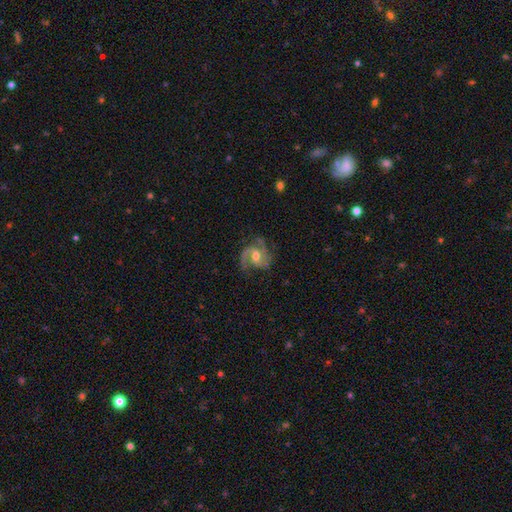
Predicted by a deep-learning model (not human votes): Smooth or featured?
  - featured or disk: 88% *
  - smooth: 7%
  - star or artifact: 5%
Edge-on disk?
  - no: 98% *
  - yes: 2%
Bar?
  - weak: 52% *
  - no: 32%
  - strong: 15%
Spiral arms?
  - yes: 97% *
  - no: 3%
Spiral winding?
  - medium: 56% *
  - tight: 23%
  - loose: 21%
Spiral arm count?
  - 2: 69% *
  - 3: 16%
  - can't tell: 6%
  - 1: 5%
  - 4: 2%
  - more than 4: 2%
Bulge size?
  - moderate: 67% *
  - small: 24%
  - large: 5%
  - none: 2%
  - dominant: 1%
Merging?
  - none: 68% *
  - minor disturbance: 19%
  - major disturbance: 11%
  - merger: 2%